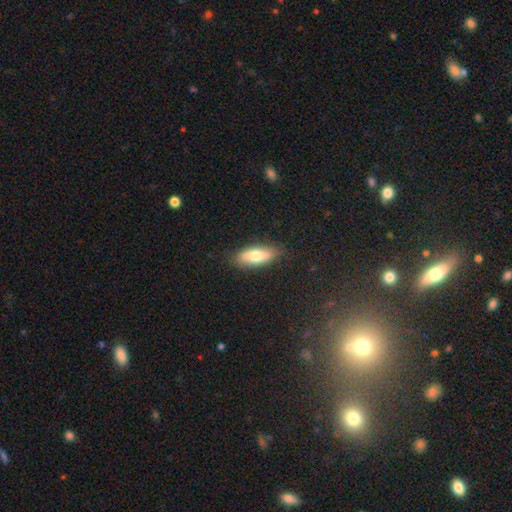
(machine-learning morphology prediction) This is likely a smooth galaxy (72%). How rounded: likely in between (74%). Merging: clearly none (84%).